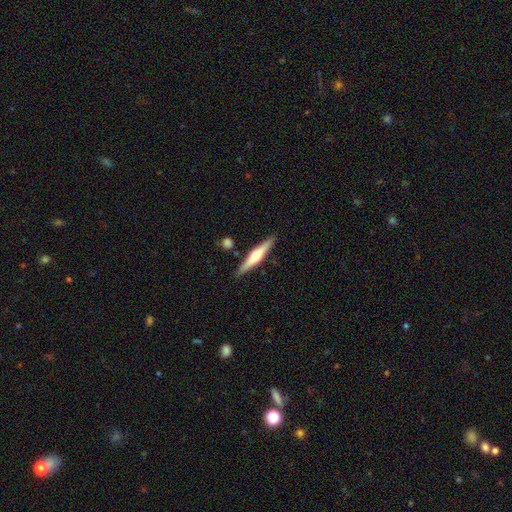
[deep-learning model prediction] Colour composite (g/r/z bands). It shows a featured or disk galaxy (59%) viewed edge-on (97%) with a rounded central bulge (88%). Merging: none (87%).